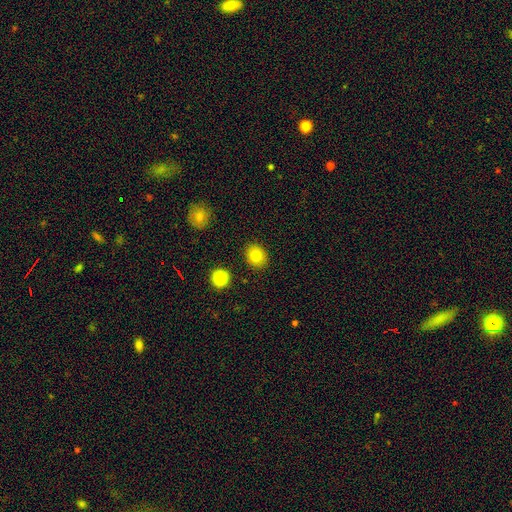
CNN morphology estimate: Smooth or featured? smooth (80%)
How rounded? round (68%)
Merging? none (90%)